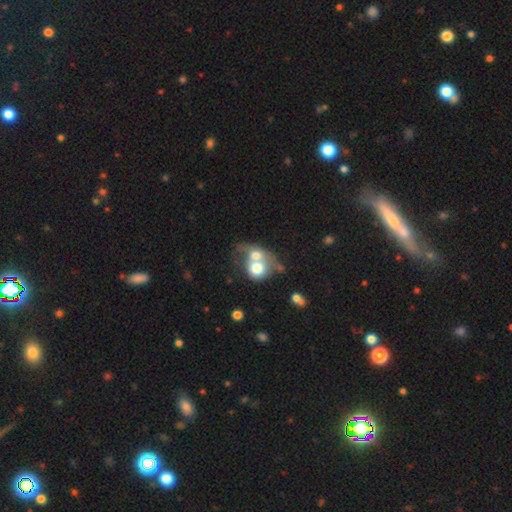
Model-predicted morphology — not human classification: Smooth or featured: smooth — 58% (featured or disk — 34%)
How rounded: round — 60% (in between — 38%)
Merging: merger — 75% (none — 11%)